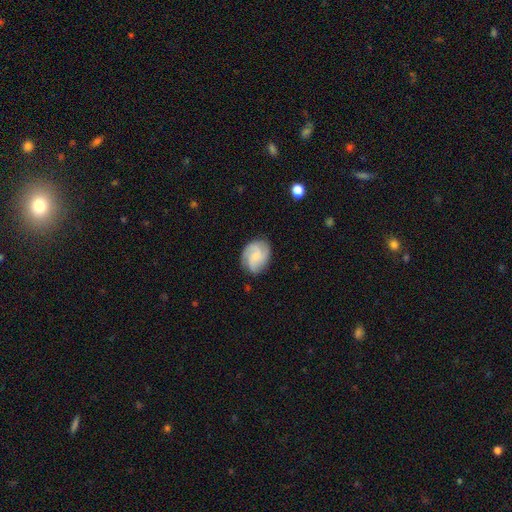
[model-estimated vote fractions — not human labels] Morphology: type=featured or disk (66%); edge-on=no (98%); bar=no (67%); spiral arms=yes (95%); winding=medium (44%); arm count=3 (51%); bulge=small (58%); merging=none (79%).